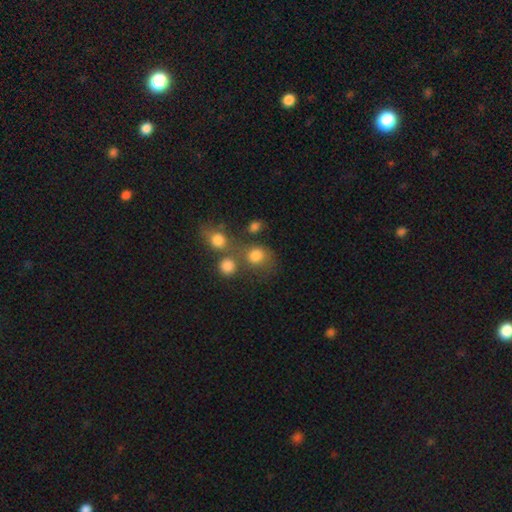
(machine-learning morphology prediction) Smooth or featured? smooth (78%)
How rounded? round (73%)
Merging? none (45%)